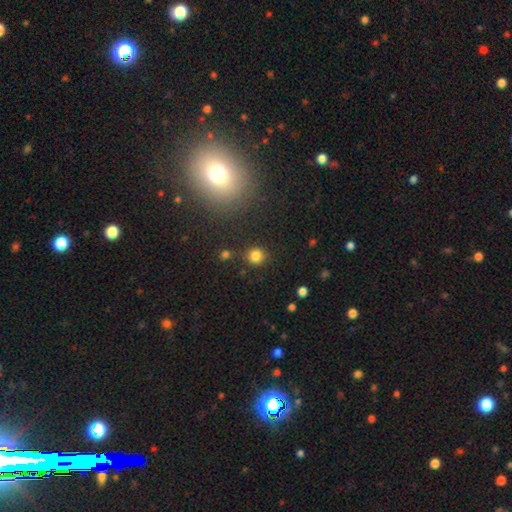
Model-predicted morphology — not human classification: This appears to be a smooth galaxy with no disk features (82%) that is round (89%). Merging: none (85%).